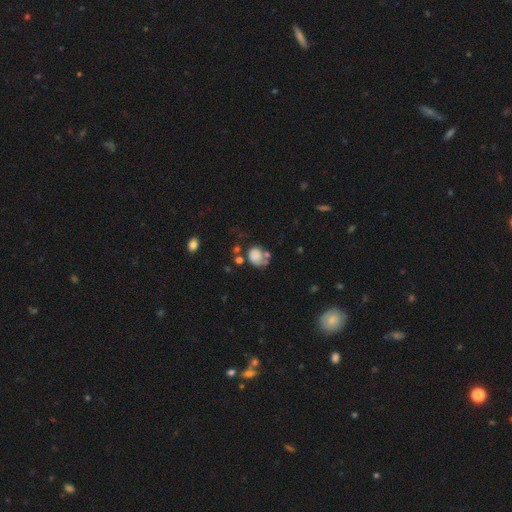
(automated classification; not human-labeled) smooth_or_featured: smooth (p=0.80) [alt: featured or disk p=0.10]
how_rounded: round (p=0.54) [alt: in between p=0.45]
merging: none (p=0.46) [alt: minor disturbance p=0.22]